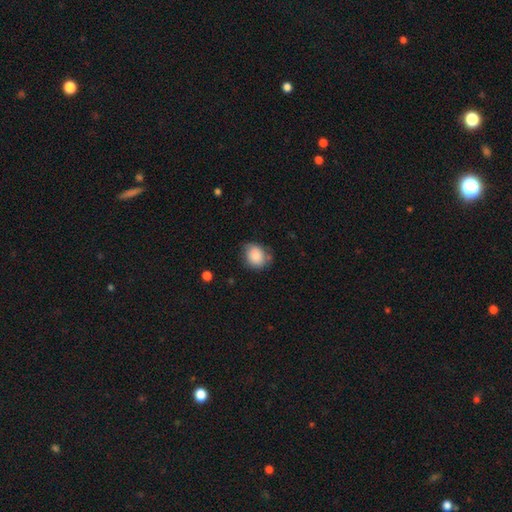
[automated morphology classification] smooth-or-featured: smooth: 86% | star or artifact: 7% | featured or disk: 7%
  how-rounded: round: 52% | in between: 47% | cigar-shaped: 1%
  merging: none: 66% | minor disturbance: 24% | major disturbance: 6% | merger: 4%